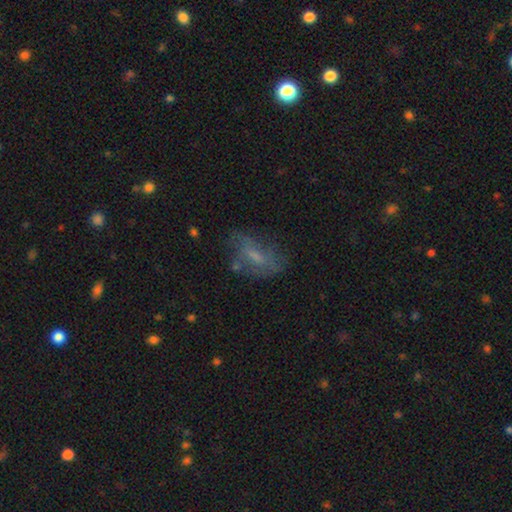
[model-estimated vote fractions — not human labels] Smooth or featured? featured or disk (45%)
Merging? none (52%)